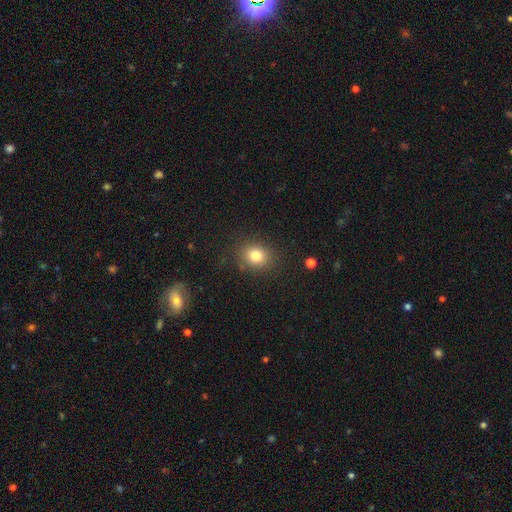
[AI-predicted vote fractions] Smooth or featured: smooth — 80% (star or artifact — 12%)
How rounded: round — 65% (in between — 34%)
Merging: none — 86% (minor disturbance — 9%)